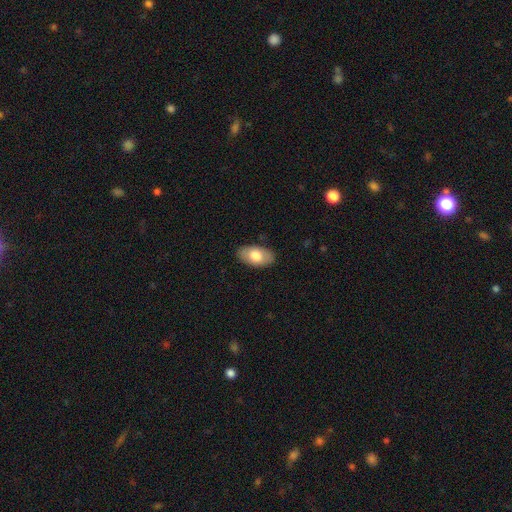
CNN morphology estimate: A smooth galaxy with no disk features (74%) that is in between round and cigar-shaped (94%). Merging: none (87%).